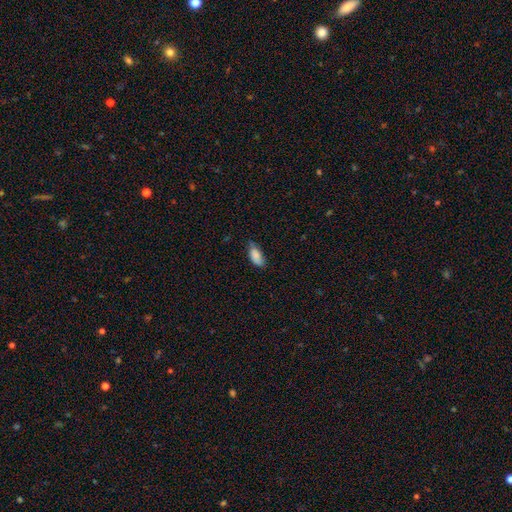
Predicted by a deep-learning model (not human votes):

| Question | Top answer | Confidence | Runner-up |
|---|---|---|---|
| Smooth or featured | smooth | 84% | featured or disk (8%) |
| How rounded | in between | 87% | cigar-shaped (10%) |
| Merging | none | 56% | minor disturbance (35%) |